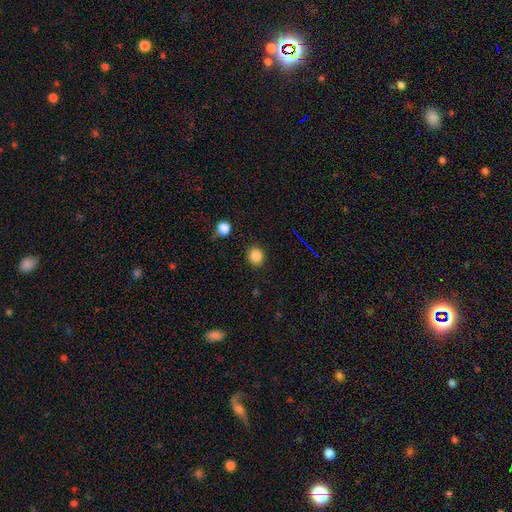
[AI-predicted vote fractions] smooth_or_featured: smooth (p=0.85) [alt: star or artifact p=0.12]
how_rounded: round (p=0.80) [alt: in between p=0.19]
merging: none (p=0.88) [alt: minor disturbance p=0.08]